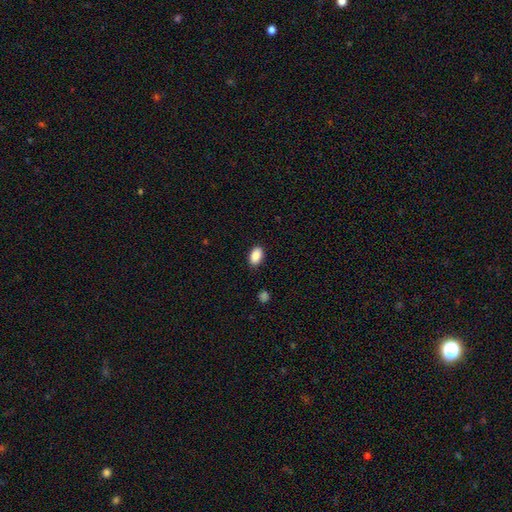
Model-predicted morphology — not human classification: A smooth galaxy with no disk features (89%) that is in between round and cigar-shaped (91%). Merging: none (87%).